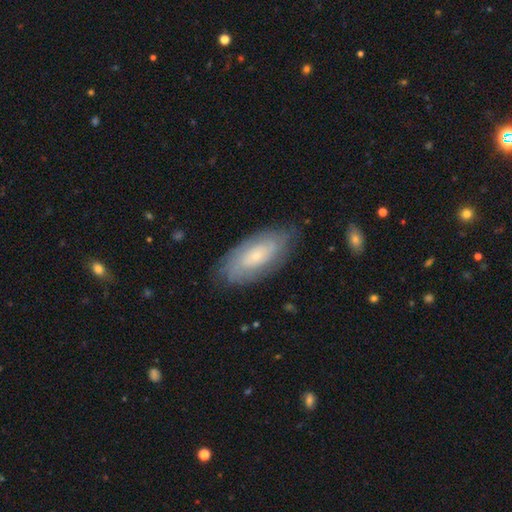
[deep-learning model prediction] A featured or disk galaxy (56%) with no bar (76%), spiral arms (74%) and a small central bulge (75%).

Vote fractions:
- Smooth or featured? featured or disk: 56% / smooth: 37% / star or artifact: 7%
- Edge-on disk? no: 89% / yes: 11%
- Bar? no: 76% / weak: 19% / strong: 4%
- Spiral arms? yes: 74% / no: 26%
- Bulge size? small: 75% / moderate: 20% / none: 2% / large: 2% / dominant: 1%
- Merging? none: 77% / minor disturbance: 17% / major disturbance: 5% / merger: 1%